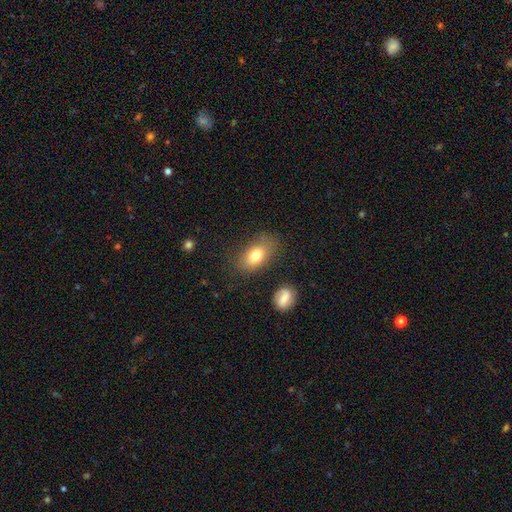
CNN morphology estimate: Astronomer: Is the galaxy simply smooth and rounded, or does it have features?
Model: smooth — 77%.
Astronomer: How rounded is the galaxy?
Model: in between — 86%.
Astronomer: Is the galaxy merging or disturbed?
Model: none — 72%.